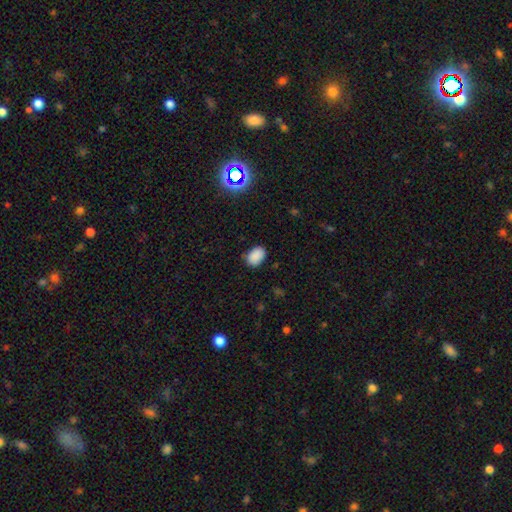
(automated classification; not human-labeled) A smooth galaxy with no disk features (87%) that is in between round and cigar-shaped (81%). Merging: none (80%).